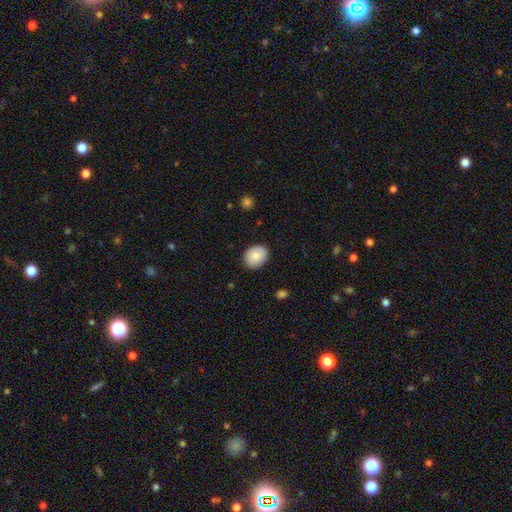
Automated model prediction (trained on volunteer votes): Smooth or featured: smooth — 84% (featured or disk — 9%)
How rounded: in between — 56% (round — 44%)
Merging: none — 87% (minor disturbance — 10%)